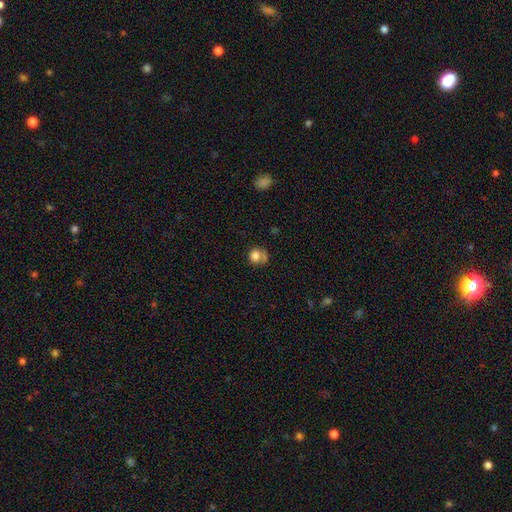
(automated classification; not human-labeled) smooth 78%, featured or disk 11%, star or artifact 11%. Down the decision tree: how rounded — round (76%); merging — none (48%).